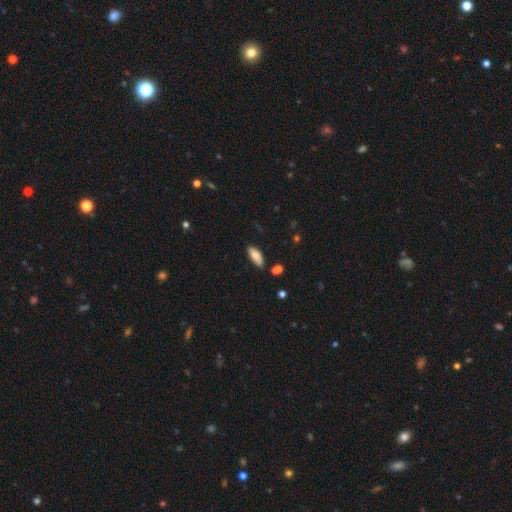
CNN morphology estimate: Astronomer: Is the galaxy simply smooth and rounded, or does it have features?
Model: smooth — 79%.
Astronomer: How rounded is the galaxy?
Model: in between — 82%.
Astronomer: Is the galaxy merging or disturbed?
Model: none — 77%.